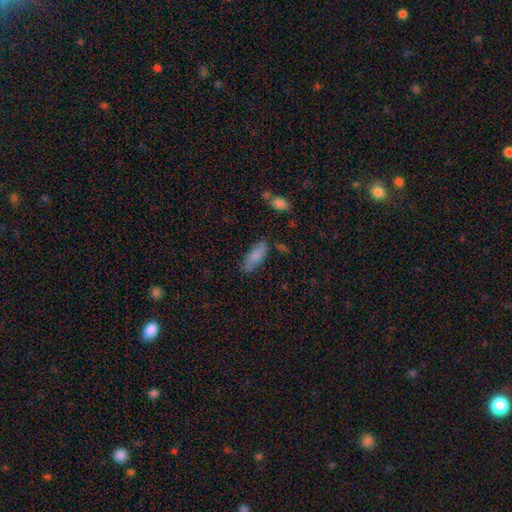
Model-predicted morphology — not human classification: Smooth or featured? Predicted: smooth (p=0.80). How rounded? Predicted: in between (p=0.75). Merging? Predicted: none (p=0.74).